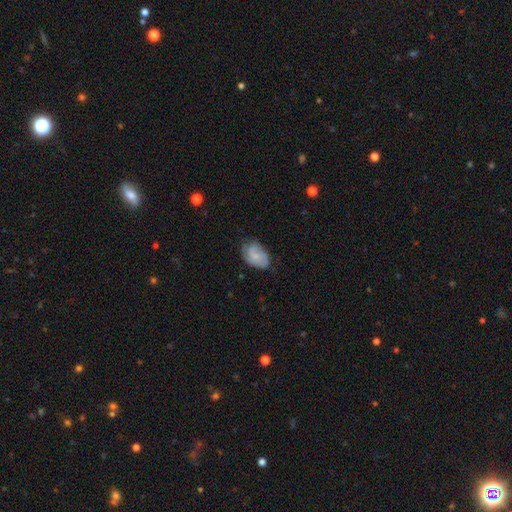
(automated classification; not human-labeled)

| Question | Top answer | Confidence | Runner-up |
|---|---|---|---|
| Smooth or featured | smooth | 63% | featured or disk (29%) |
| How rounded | in between | 87% | round (11%) |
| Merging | none | 61% | minor disturbance (30%) |